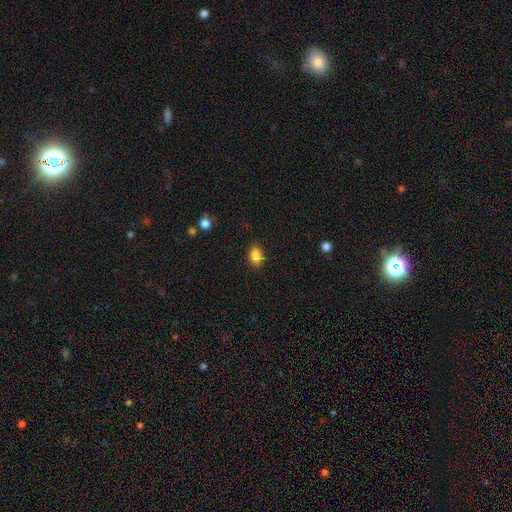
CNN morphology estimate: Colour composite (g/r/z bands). It shows a smooth galaxy with no disk features (87%) that is in between round and cigar-shaped (81%). Merging: none (86%).